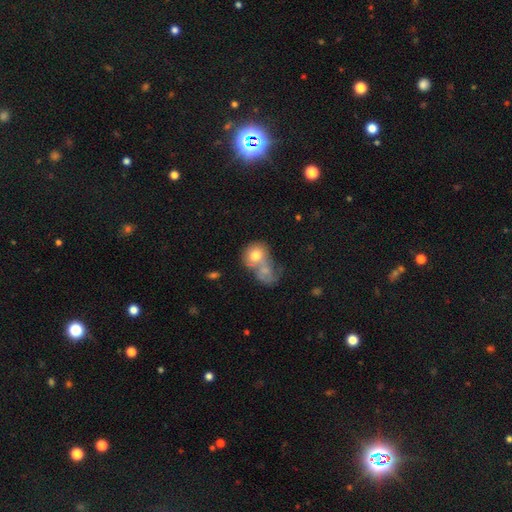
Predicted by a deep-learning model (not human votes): Smooth or featured? Predicted: smooth (p=0.72). How rounded? Predicted: round (p=0.62). Merging? Predicted: merger (p=0.59).